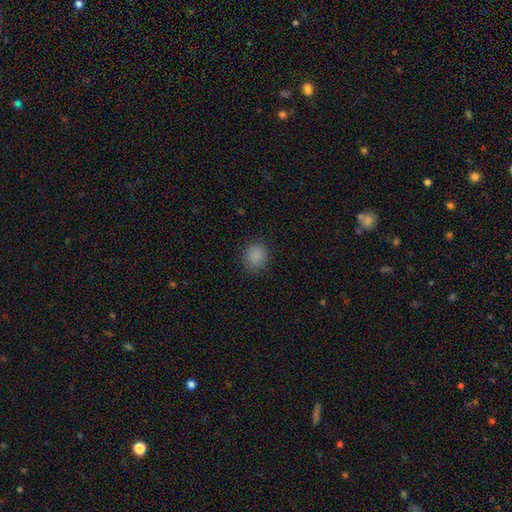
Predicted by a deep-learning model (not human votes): The model was most divided on "how rounded": round: 72%, in between: 27%, cigar-shaped: 1%. More confident: smooth or featured — smooth (86%); merging — none (86%).